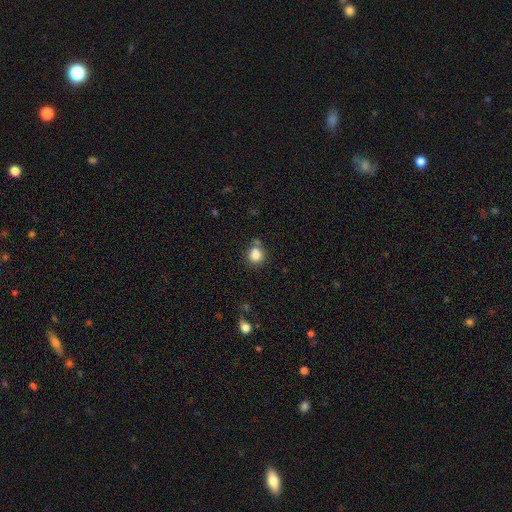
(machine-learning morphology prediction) Smooth or featured: smooth — 82% (star or artifact — 11%)
How rounded: round — 84% (in between — 15%)
Merging: none — 61% (merger — 19%)